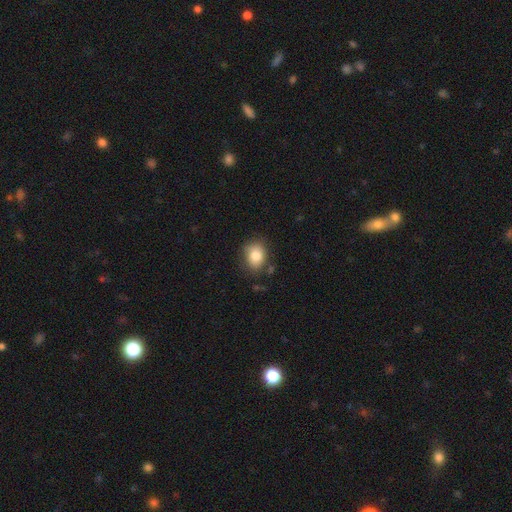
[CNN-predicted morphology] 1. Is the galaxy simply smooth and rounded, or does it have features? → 82% smooth, 9% star or artifact, 9% featured or disk.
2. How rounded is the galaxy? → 50% in between, 49% round, 1% cigar-shaped.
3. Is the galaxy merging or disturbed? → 77% none, 16% minor disturbance, 4% major disturbance, 3% merger.